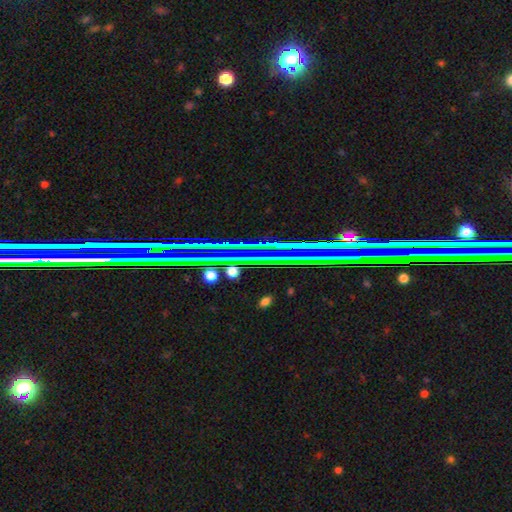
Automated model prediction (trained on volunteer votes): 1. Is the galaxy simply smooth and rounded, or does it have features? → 73% star or artifact, 17% featured or disk, 10% smooth.